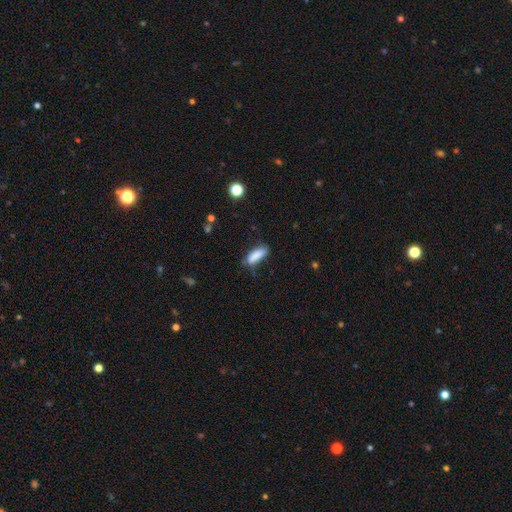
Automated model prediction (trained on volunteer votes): This appears to be a smooth galaxy with no disk features (85%) that is in between round and cigar-shaped (58%). Merging: none (61%).